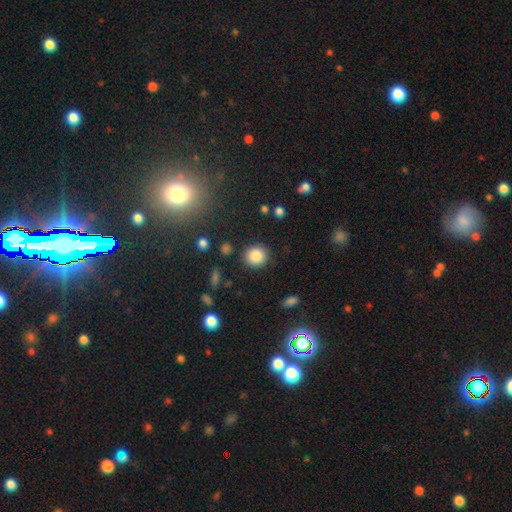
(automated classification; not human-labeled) smooth 86%, star or artifact 9%, featured or disk 4%. Down the decision tree: how rounded — round (86%); merging — none (87%).